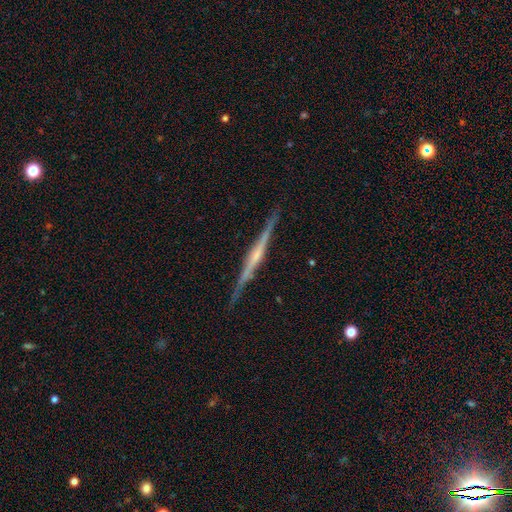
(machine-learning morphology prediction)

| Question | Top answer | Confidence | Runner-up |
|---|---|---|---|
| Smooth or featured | featured or disk | 81% | smooth (13%) |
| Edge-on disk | yes | 98% | no (2%) |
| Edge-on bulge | rounded | 54% | none (26%) |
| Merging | none | 89% | minor disturbance (8%) |